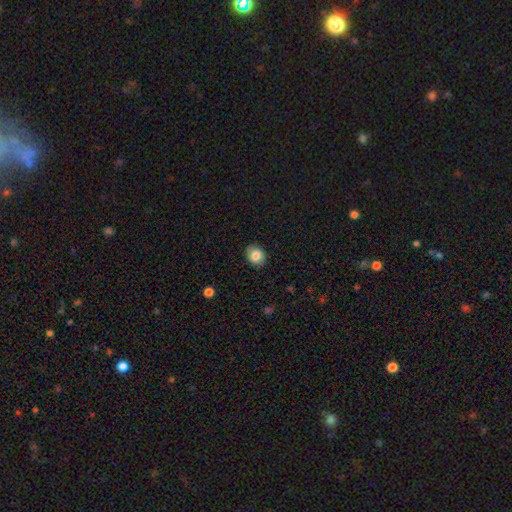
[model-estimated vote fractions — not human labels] Morphology: type=smooth (82%); roundness=round (55%); merging=none (86%).